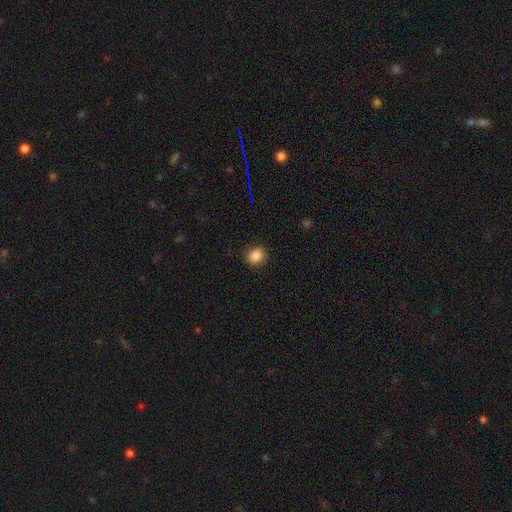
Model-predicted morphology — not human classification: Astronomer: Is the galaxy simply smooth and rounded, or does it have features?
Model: smooth — 86%.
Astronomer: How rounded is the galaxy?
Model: round — 70%.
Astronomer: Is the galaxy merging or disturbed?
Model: none — 85%.